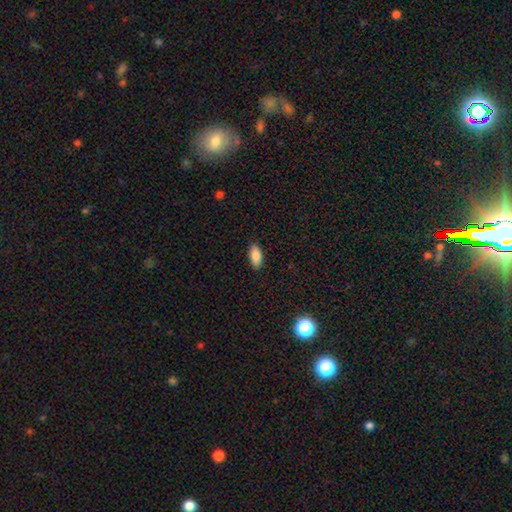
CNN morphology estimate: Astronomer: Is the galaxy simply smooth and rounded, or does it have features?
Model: smooth — 86%.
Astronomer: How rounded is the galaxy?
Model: in between — 91%.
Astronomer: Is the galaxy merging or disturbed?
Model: none — 87%.